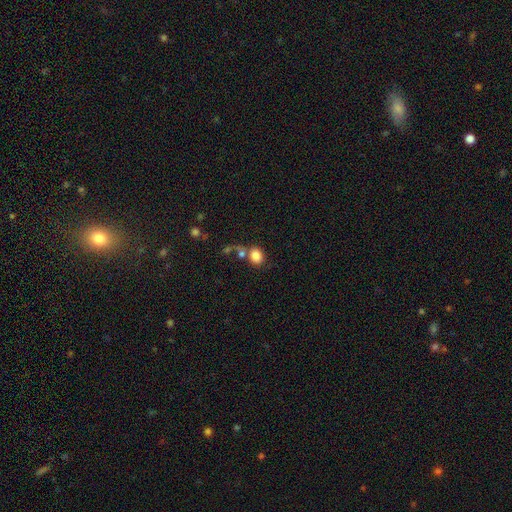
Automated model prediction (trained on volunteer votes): Smooth or featured?
  - smooth: 83% *
  - star or artifact: 9%
  - featured or disk: 8%
How rounded?
  - round: 50% *
  - in between: 49%
  - cigar-shaped: 1%
Merging?
  - none: 47% *
  - merger: 31%
  - minor disturbance: 12%
  - major disturbance: 10%